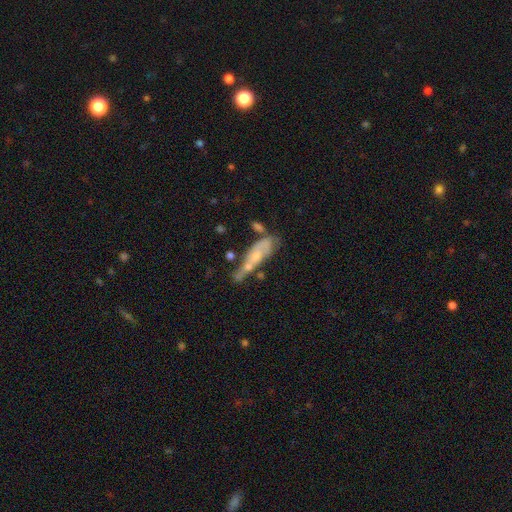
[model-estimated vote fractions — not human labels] Smooth or featured? Predicted: featured or disk (p=0.53). Edge-on disk? Predicted: no (p=0.68). Merging? Predicted: none (p=0.33).